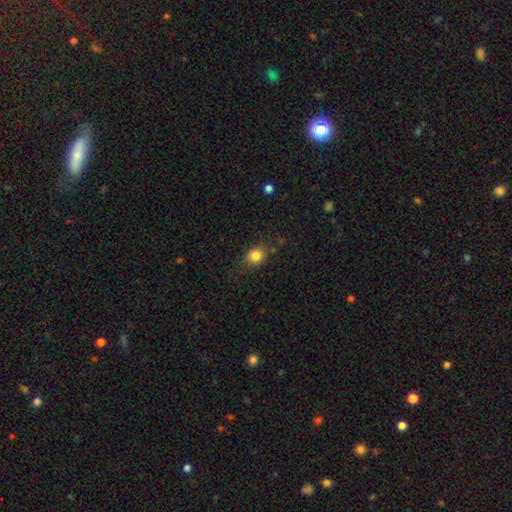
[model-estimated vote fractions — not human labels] Smooth or featured: smooth — 83% (star or artifact — 10%)
How rounded: in between — 51% (round — 48%)
Merging: none — 75% (minor disturbance — 17%)